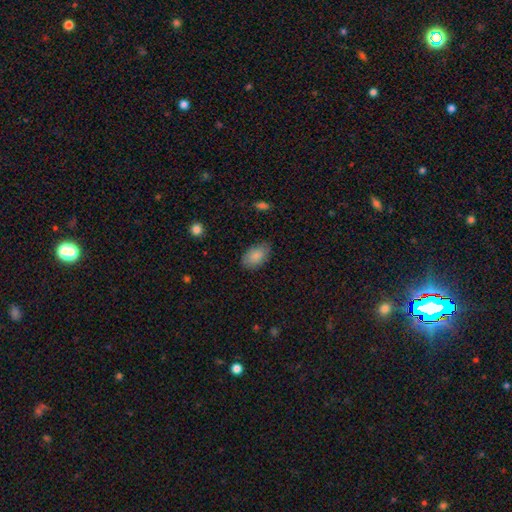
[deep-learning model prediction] This appears to be a smooth galaxy with no disk features (84%) that is in between round and cigar-shaped (91%). Merging: none (79%).